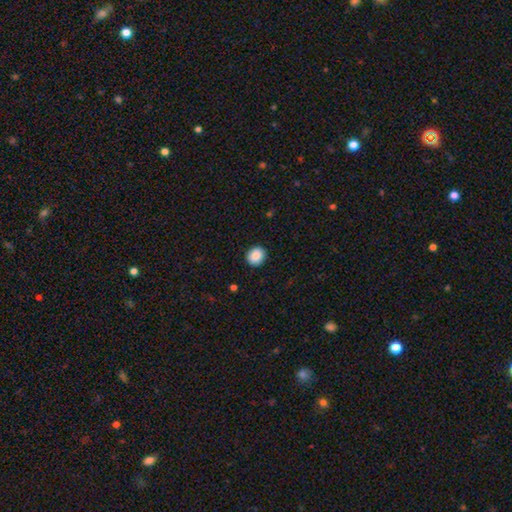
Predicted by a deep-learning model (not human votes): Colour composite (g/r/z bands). It shows a smooth galaxy with no disk features (86%) that is round (82%). Merging: none (91%).